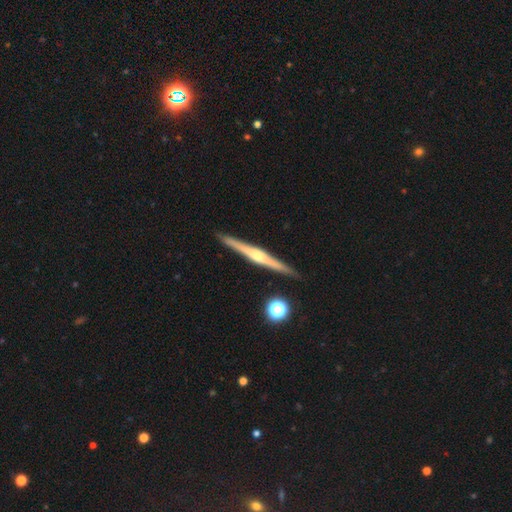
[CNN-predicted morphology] featured or disk 81%, smooth 13%, star or artifact 6%. Down the decision tree: edge-on disk — yes (98%); edge-on bulge — rounded (84%); merging — none (89%).